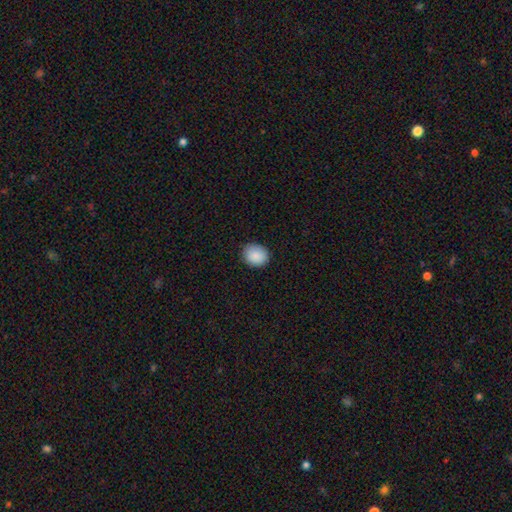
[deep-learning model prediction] This appears to be a smooth galaxy with no disk features (89%) that is round (74%). Merging: none (89%).